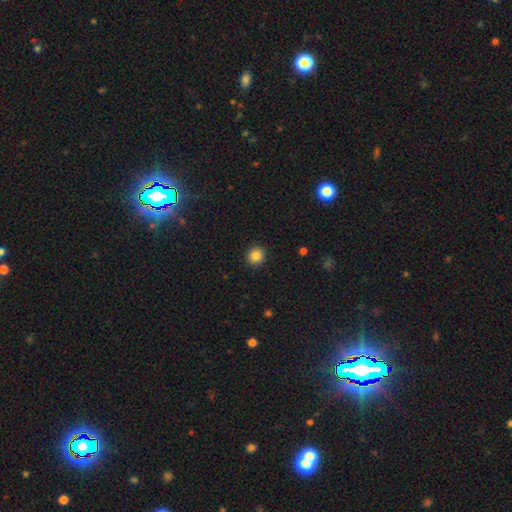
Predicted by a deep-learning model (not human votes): Smooth or featured? Predicted: smooth (p=0.85). How rounded? Predicted: round (p=0.92). Merging? Predicted: none (p=0.93).